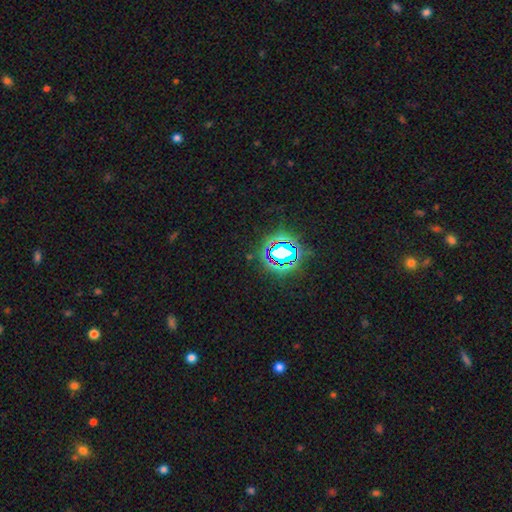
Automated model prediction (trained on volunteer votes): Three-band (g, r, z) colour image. It shows a star or artifact, not a galaxy (79%).